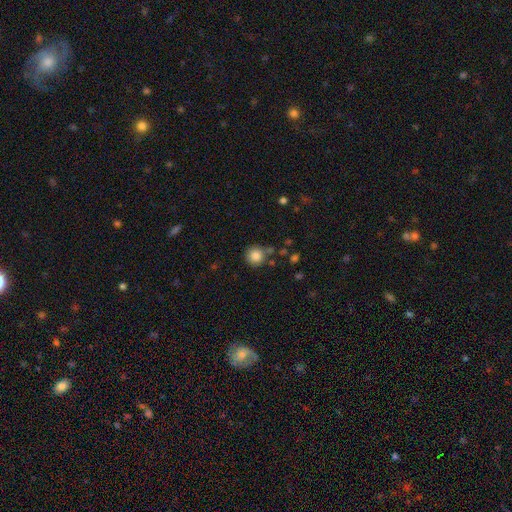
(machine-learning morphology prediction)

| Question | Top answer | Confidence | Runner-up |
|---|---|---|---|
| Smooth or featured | smooth | 85% | star or artifact (10%) |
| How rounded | round | 94% | in between (5%) |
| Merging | none | 76% | minor disturbance (13%) |